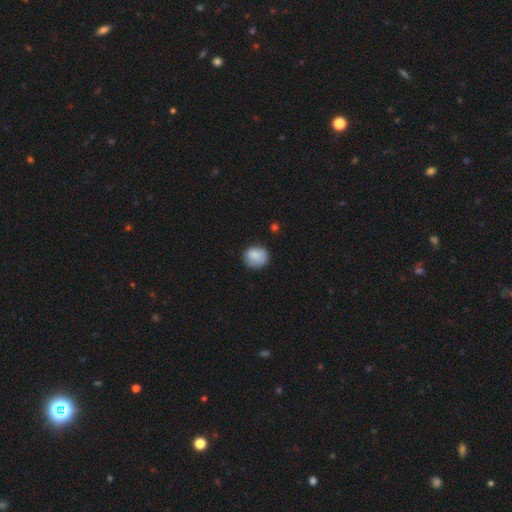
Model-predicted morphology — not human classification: A smooth galaxy with no disk features (85%) that is round (74%). Merging: none (76%).